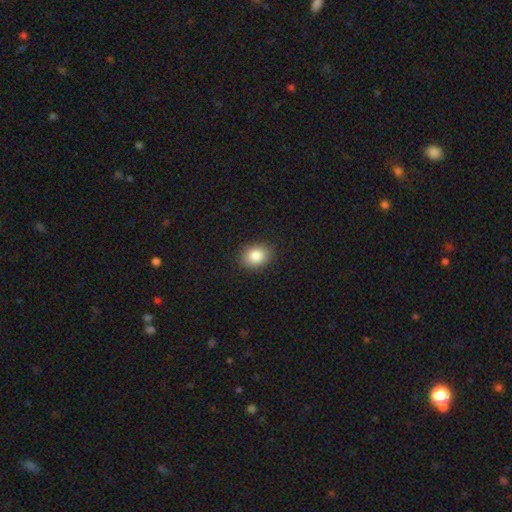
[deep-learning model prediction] Smooth or featured?
  - smooth: 84% *
  - star or artifact: 9%
  - featured or disk: 6%
How rounded?
  - in between: 58% *
  - round: 41%
  - cigar-shaped: 1%
Merging?
  - none: 89% *
  - minor disturbance: 8%
  - major disturbance: 2%
  - merger: 1%